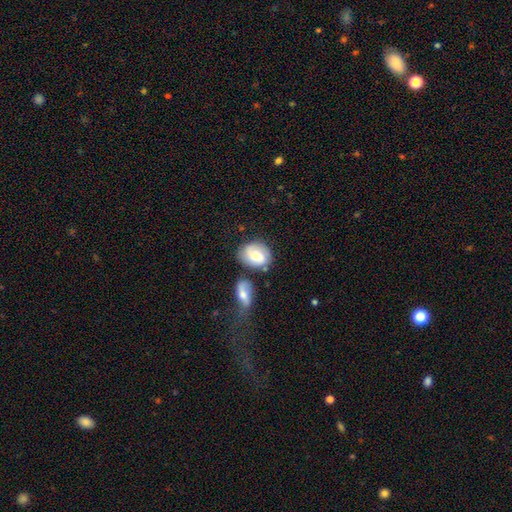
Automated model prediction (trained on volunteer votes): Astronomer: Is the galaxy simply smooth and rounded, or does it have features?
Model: smooth — 52% (runner-up: featured or disk, 41%).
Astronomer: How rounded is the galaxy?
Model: in between — 57% (runner-up: round, 41%).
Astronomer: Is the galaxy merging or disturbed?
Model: none — 59%.